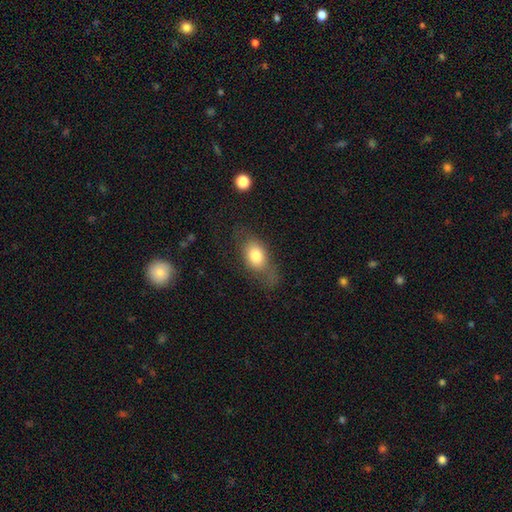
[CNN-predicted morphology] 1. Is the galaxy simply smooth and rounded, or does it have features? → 75% smooth, 17% featured or disk, 8% star or artifact.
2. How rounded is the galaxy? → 82% in between, 14% round, 4% cigar-shaped.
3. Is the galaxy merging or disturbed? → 55% none, 25% minor disturbance, 18% major disturbance, 2% merger.